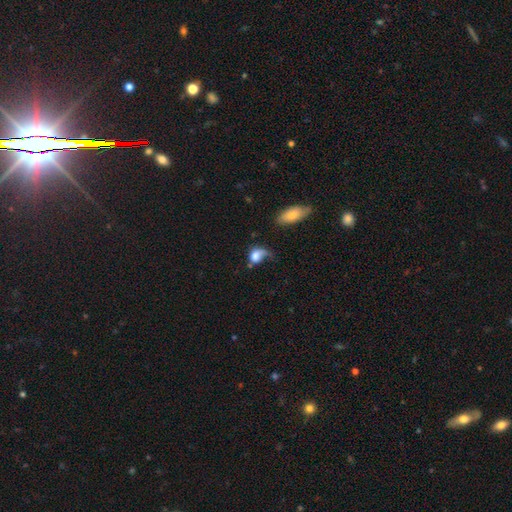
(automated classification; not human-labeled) Q: Smooth or featured?
A: smooth (72%); runner-up: featured or disk (19%)
Q: How rounded?
A: in between (58%); runner-up: round (40%)
Q: Merging?
A: major disturbance (40%); runner-up: minor disturbance (24%)